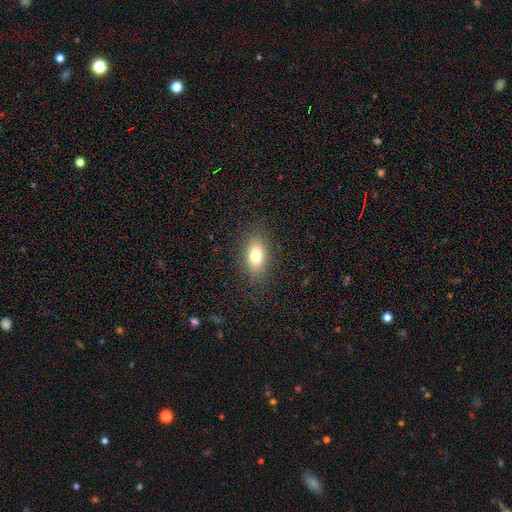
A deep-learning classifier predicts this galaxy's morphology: Q: Smooth or featured?
A: smooth (77%); runner-up: featured or disk (13%)
Q: How rounded?
A: in between (84%); runner-up: round (9%)
Q: Merging?
A: none (86%); runner-up: minor disturbance (10%)